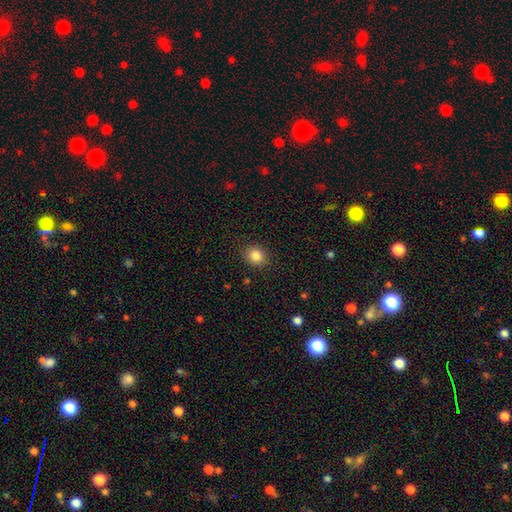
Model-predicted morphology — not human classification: smooth-or-featured: smooth: 85% | star or artifact: 10% | featured or disk: 5%
  how-rounded: round: 69% | in between: 30% | cigar-shaped: 1%
  merging: none: 88% | minor disturbance: 8% | major disturbance: 3% | merger: 1%